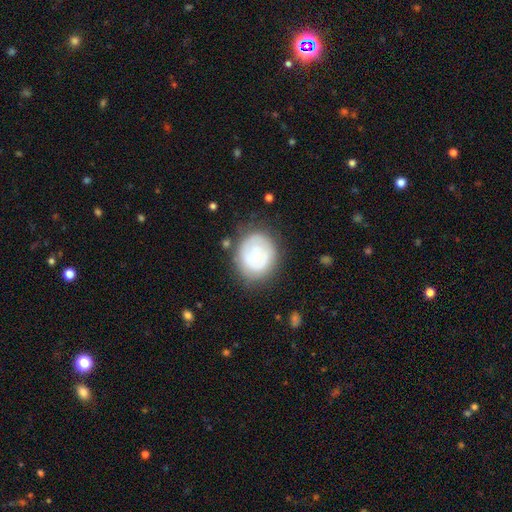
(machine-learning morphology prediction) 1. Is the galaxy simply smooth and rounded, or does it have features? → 47% smooth, 45% featured or disk, 8% star or artifact.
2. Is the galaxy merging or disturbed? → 73% none, 18% minor disturbance, 7% major disturbance, 2% merger.